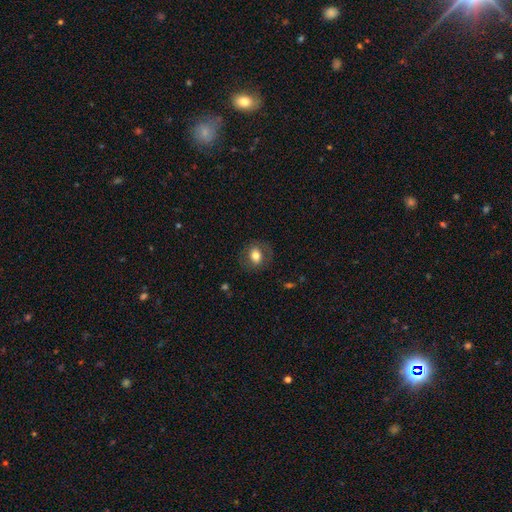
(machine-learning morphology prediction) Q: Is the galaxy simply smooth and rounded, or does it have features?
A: smooth — 69%.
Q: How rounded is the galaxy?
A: round — 56%.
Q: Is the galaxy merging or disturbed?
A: none — 80%.